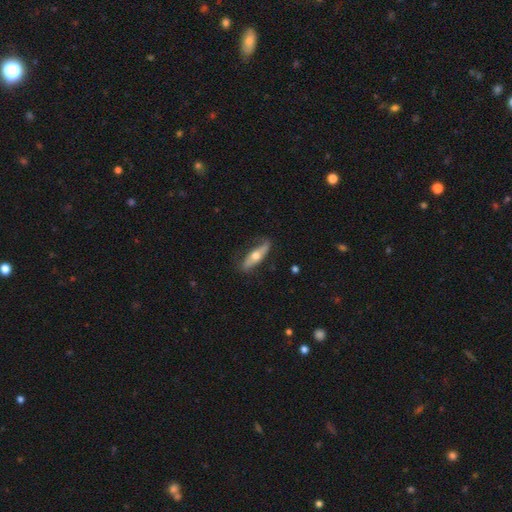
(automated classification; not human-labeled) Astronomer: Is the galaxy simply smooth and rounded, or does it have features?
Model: featured or disk — 51% (runner-up: smooth, 44%).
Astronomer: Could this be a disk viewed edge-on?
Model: yes — 62% (runner-up: no, 38%).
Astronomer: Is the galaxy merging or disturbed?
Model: none — 73%.